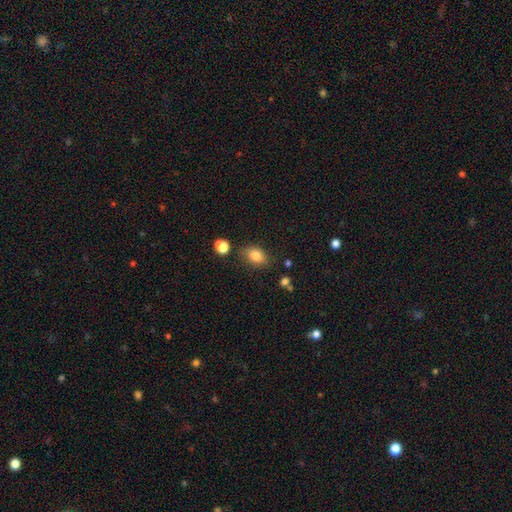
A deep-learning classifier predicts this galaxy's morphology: Smooth or featured?
  - smooth: 83% *
  - star or artifact: 10%
  - featured or disk: 7%
How rounded?
  - in between: 78% *
  - round: 20%
  - cigar-shaped: 2%
Merging?
  - none: 78% *
  - minor disturbance: 14%
  - merger: 4%
  - major disturbance: 4%